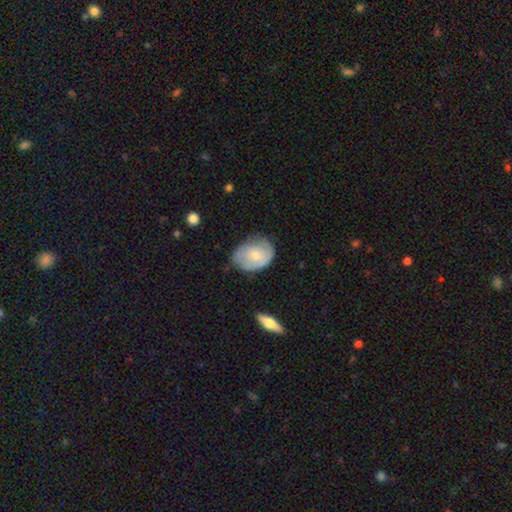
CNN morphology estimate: type=smooth (53%); roundness=in between (66%); merging=none (53%).